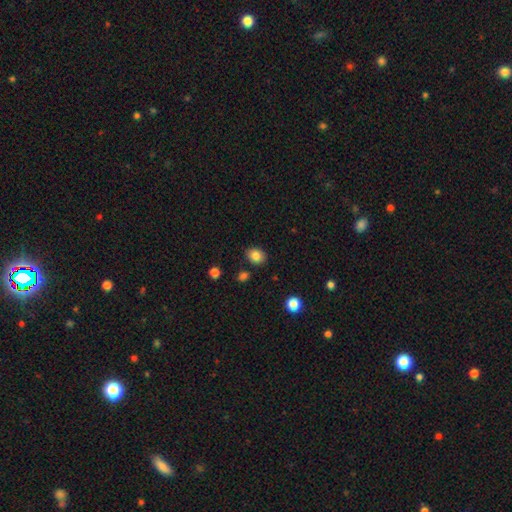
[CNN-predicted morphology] Smooth or featured: smooth — 83% (star or artifact — 10%)
How rounded: round — 51% (in between — 49%)
Merging: none — 84% (minor disturbance — 10%)